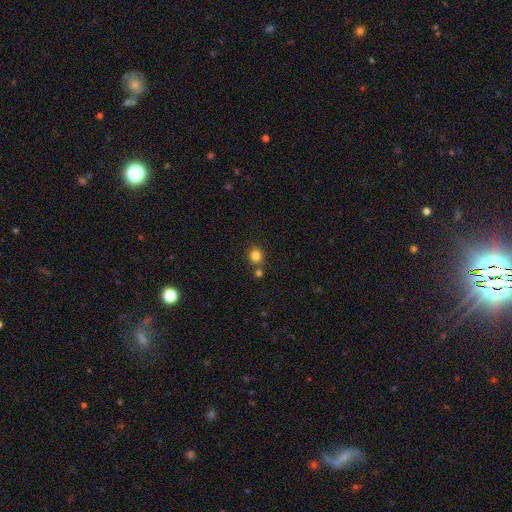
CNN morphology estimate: The model was most divided on "merging": none: 72%, merger: 17%, minor disturbance: 9%, major disturbance: 3%. More confident: how rounded — round (85%); smooth or featured — smooth (83%).